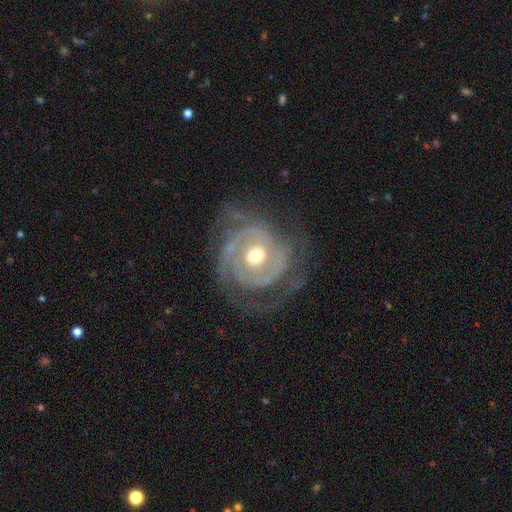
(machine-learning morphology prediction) Smooth or featured? featured or disk (83%)
Edge-on disk? no (97%)
Bar? no (78%)
Spiral arms? yes (86%)
Spiral winding? tight (62%)
Spiral arm count? can't tell (30%)
Bulge size? moderate (70%)
Merging? none (58%)